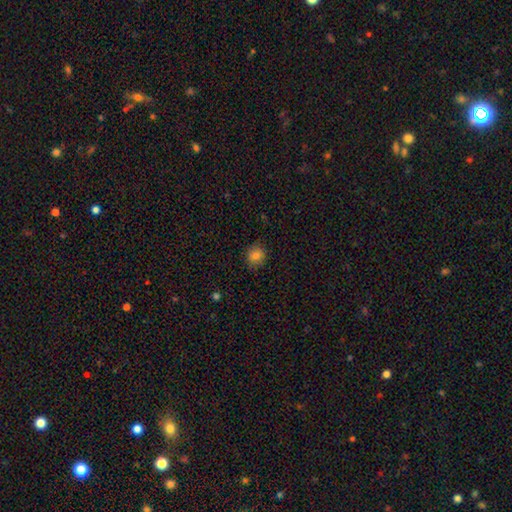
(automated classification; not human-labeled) Morphology: type=smooth (83%); roundness=round (79%); merging=none (86%).